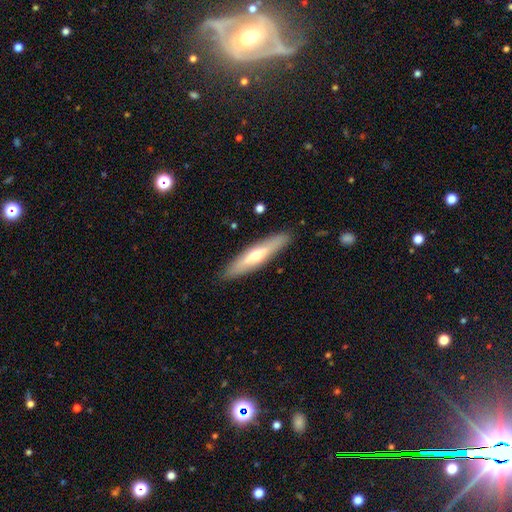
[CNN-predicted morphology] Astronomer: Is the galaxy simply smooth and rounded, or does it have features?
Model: featured or disk — 48% (runner-up: smooth, 46%).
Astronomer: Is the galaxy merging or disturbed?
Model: none — 89%.